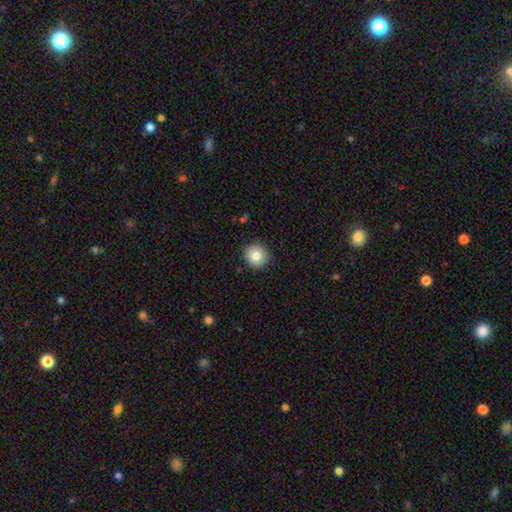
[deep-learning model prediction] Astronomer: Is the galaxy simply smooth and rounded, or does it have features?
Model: smooth — 85%.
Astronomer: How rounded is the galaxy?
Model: round — 91%.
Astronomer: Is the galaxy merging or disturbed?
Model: none — 90%.